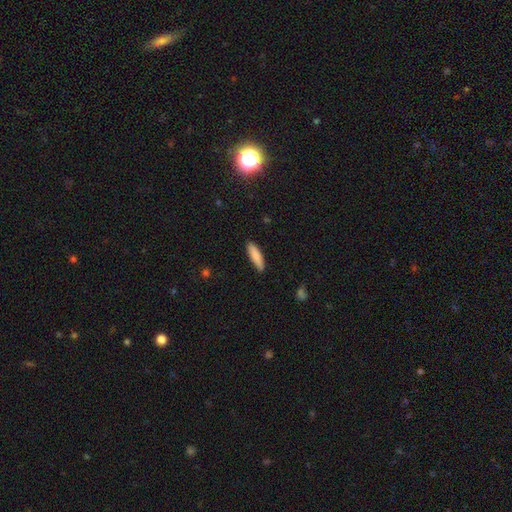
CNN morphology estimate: This appears to be a smooth galaxy with no disk features (84%) that is cigar-shaped (68%). Merging: none (86%).